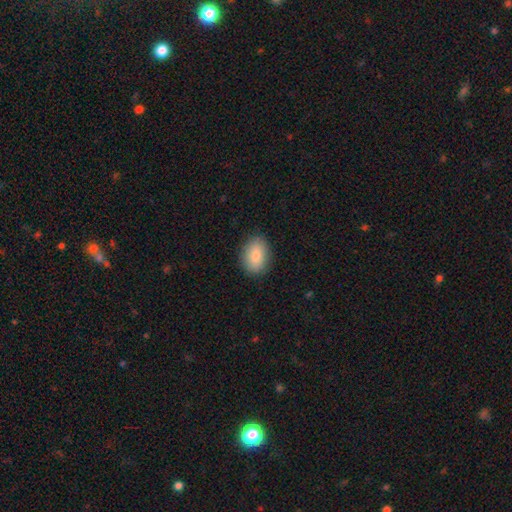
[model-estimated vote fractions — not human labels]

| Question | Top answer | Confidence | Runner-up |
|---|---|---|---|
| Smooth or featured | smooth | 83% | featured or disk (10%) |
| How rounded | in between | 78% | round (21%) |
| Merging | none | 87% | minor disturbance (9%) |